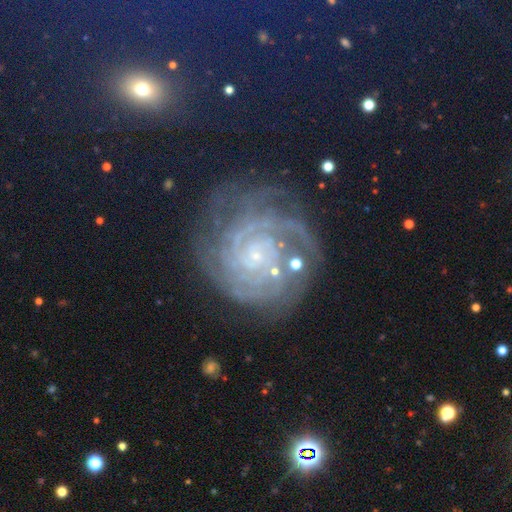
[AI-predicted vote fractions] A featured or disk galaxy (87%) with no bar (74%), 4 (22%) tight (81%) spiral arms (98%) and a small central bulge (85%).

Vote fractions:
- Smooth or featured? featured or disk: 87% / star or artifact: 7% / smooth: 5%
- Edge-on disk? no: 98% / yes: 2%
- Bar? no: 74% / weak: 19% / strong: 7%
- Spiral arms? yes: 98% / no: 2%
- Spiral winding? tight: 81% / medium: 16% / loose: 3%
- Spiral arm count? 4: 22% / can't tell: 21% / 3: 19% / 2: 16% / more than 4: 14% / 1: 8%
- Bulge size? small: 85% / moderate: 7% / none: 6% / large: 1% / dominant: 1%
- Merging? none: 65% / minor disturbance: 19% / major disturbance: 11% / merger: 5%